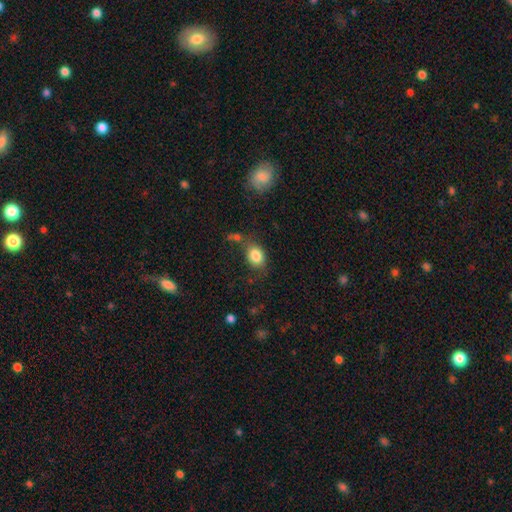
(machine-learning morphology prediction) Smooth or featured?
  - smooth: 83% *
  - star or artifact: 9%
  - featured or disk: 8%
How rounded?
  - in between: 63% *
  - round: 36%
  - cigar-shaped: 1%
Merging?
  - none: 64% *
  - minor disturbance: 20%
  - merger: 9%
  - major disturbance: 8%